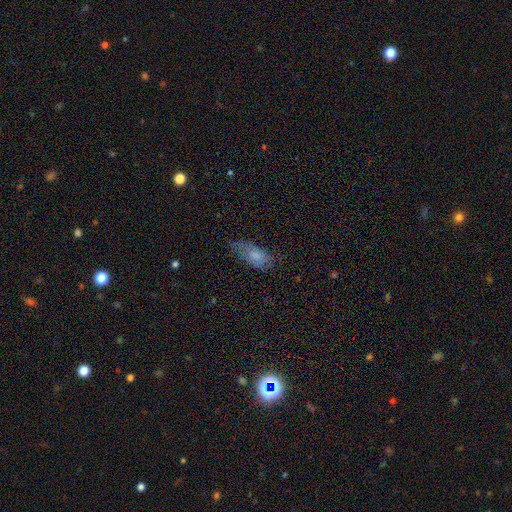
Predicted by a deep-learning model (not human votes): The model was most divided on "merging": none: 49%, minor disturbance: 32%, major disturbance: 17%, merger: 2%. More confident: how rounded — in between (86%); smooth or featured — smooth (68%).